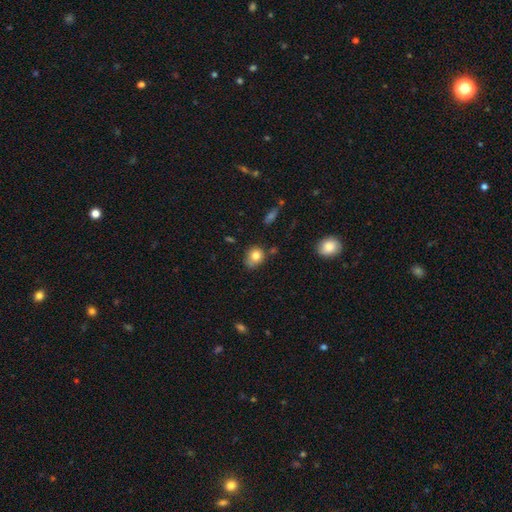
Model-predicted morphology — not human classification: smooth-or-featured: smooth: 79% | featured or disk: 11% | star or artifact: 10%
  how-rounded: round: 63% | in between: 36% | cigar-shaped: 1%
  merging: none: 59% | minor disturbance: 28% | major disturbance: 7% | merger: 6%